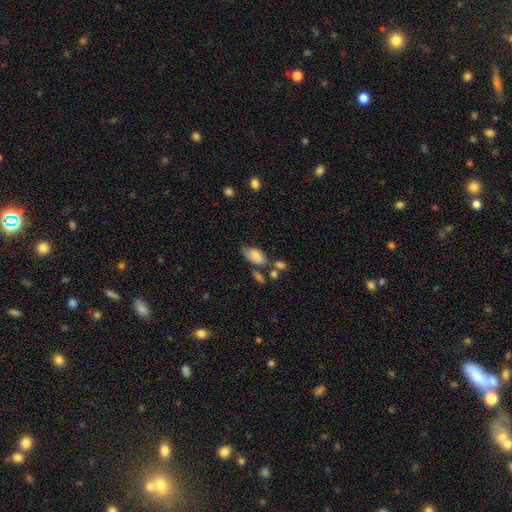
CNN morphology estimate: Smooth or featured?
  - smooth: 73% *
  - featured or disk: 19%
  - star or artifact: 8%
How rounded?
  - in between: 92% *
  - round: 5%
  - cigar-shaped: 3%
Merging?
  - none: 45% *
  - minor disturbance: 27%
  - merger: 17%
  - major disturbance: 10%